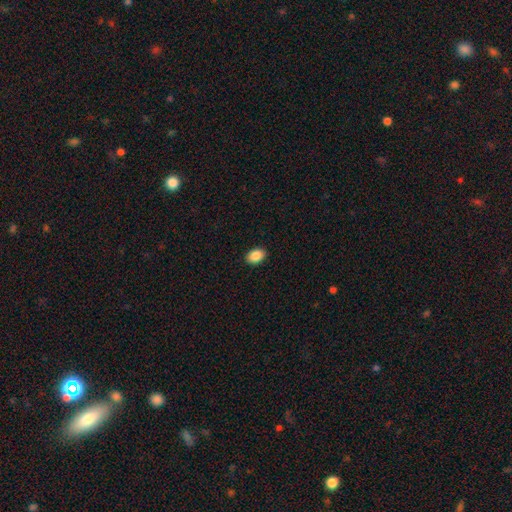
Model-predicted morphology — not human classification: Smooth or featured? Predicted: smooth (p=0.88). How rounded? Predicted: in between (p=0.81). Merging? Predicted: none (p=0.91).